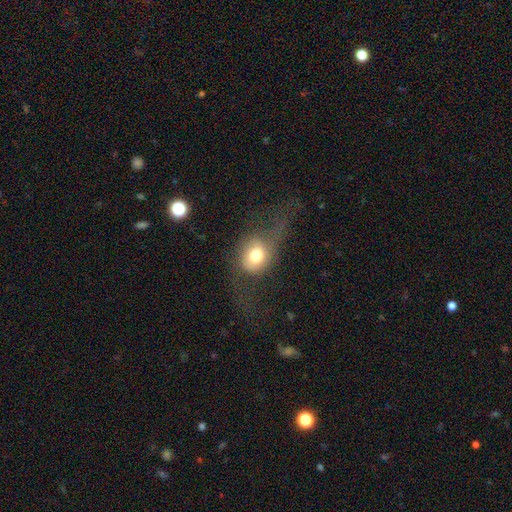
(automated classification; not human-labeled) Morphology: type=smooth (64%); roundness=round (64%); merging=none (38%, tied with major disturbance).